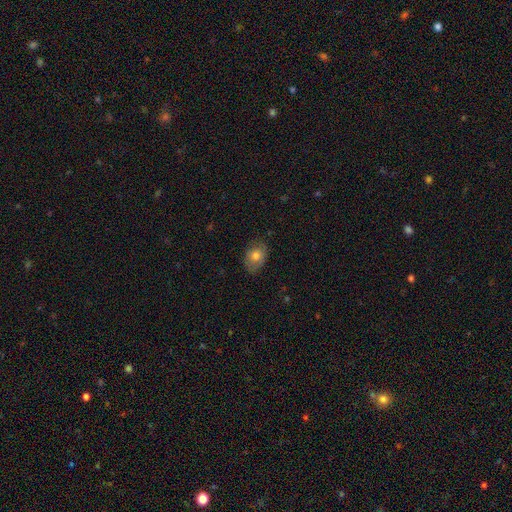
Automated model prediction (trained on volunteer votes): A smooth galaxy with no disk features (75%) that is in between round and cigar-shaped (76%). Merging: none (76%).